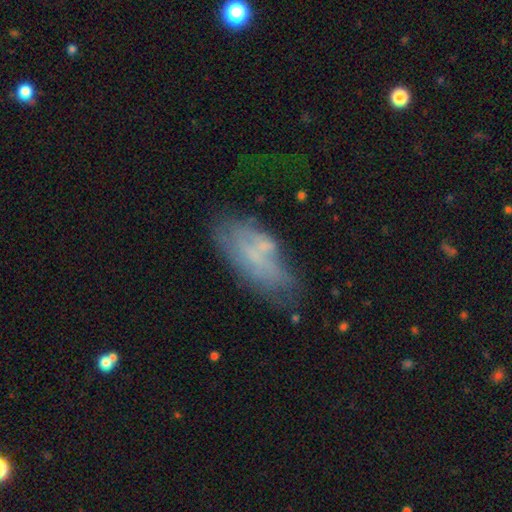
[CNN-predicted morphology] type=smooth (47%); merging=none (52%).